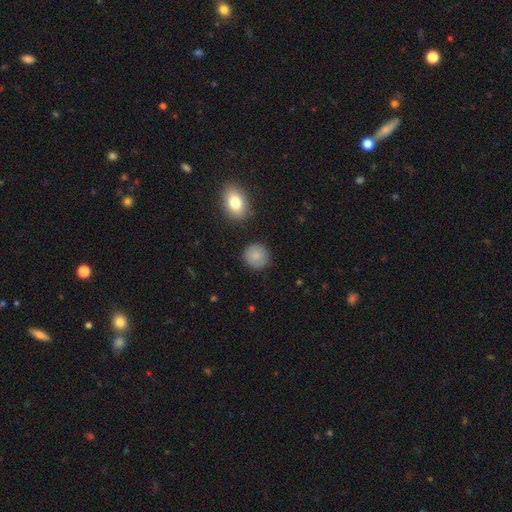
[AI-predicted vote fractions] Smooth or featured? smooth (84%)
How rounded? round (92%)
Merging? none (88%)